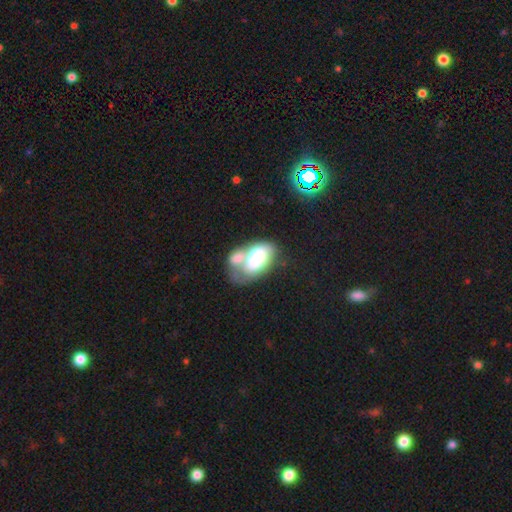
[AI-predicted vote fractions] Smooth or featured? smooth (68%)
How rounded? in between (92%)
Merging? merger (57%)